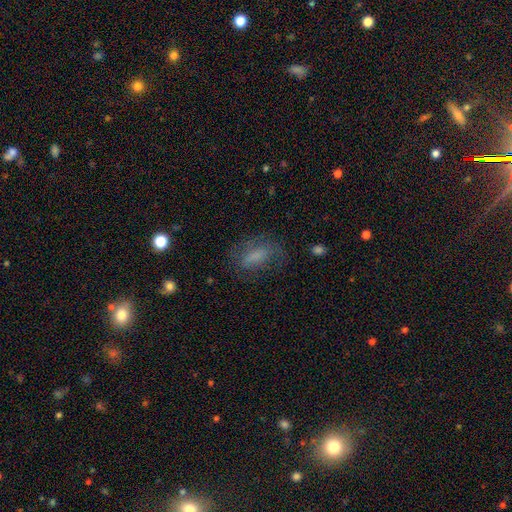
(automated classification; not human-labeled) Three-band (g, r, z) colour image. It shows a smooth galaxy with no disk features (63%) that is in between round and cigar-shaped (75%). Merging: none (63%).